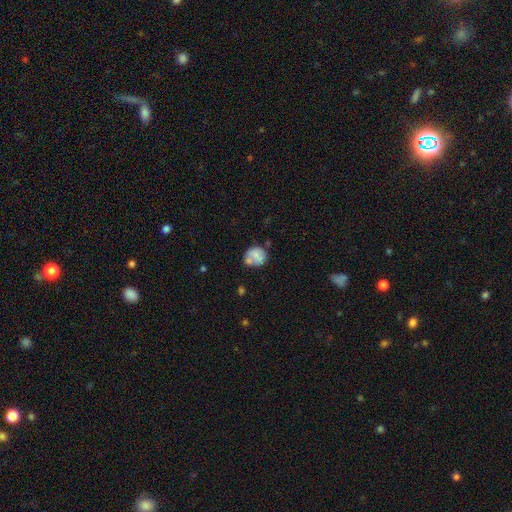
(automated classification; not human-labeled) This appears to be a smooth galaxy with no disk features (64%) that is round (69%). Merging: none (45%).